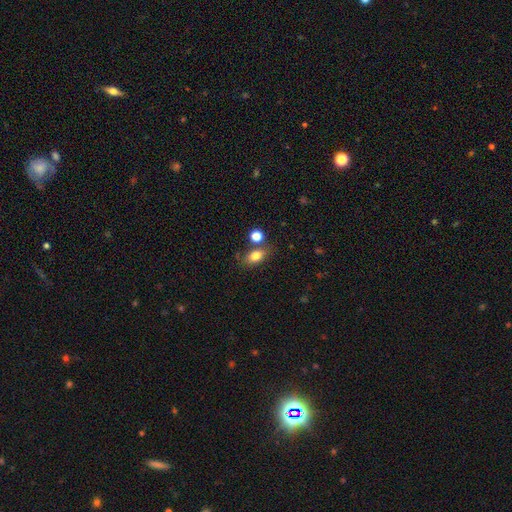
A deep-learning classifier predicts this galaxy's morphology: The model was most divided on "merging": none: 66%, merger: 15%, minor disturbance: 14%, major disturbance: 4%. More confident: how rounded — in between (80%); smooth or featured — smooth (80%).